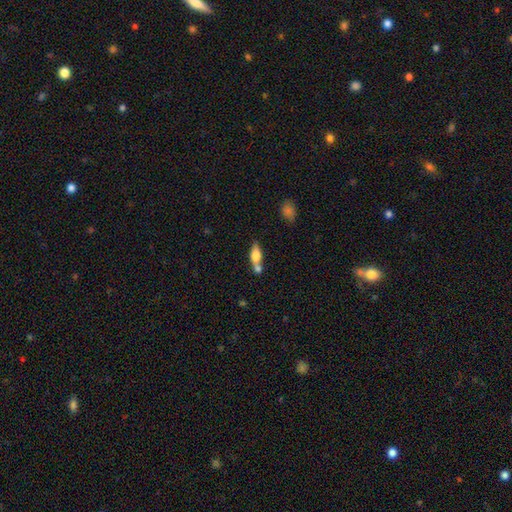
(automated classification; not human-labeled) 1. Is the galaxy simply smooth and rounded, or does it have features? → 58% smooth, 34% featured or disk, 8% star or artifact.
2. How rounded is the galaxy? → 62% in between, 32% cigar-shaped, 6% round.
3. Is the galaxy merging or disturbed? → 50% none, 33% merger, 13% minor disturbance, 4% major disturbance.